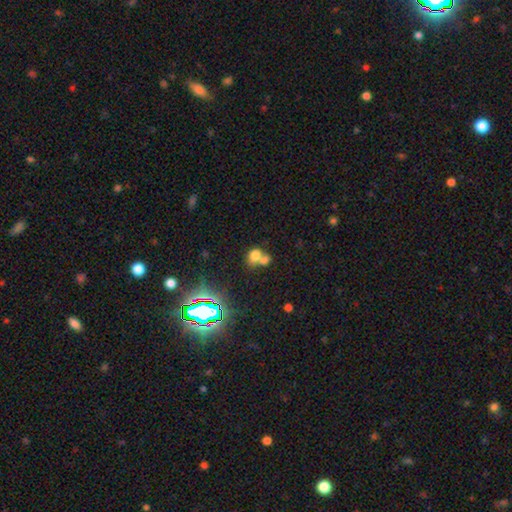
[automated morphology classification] Overall: smooth (69%). How rounded: in between (52%; round 47%). Merging: merger (65%).